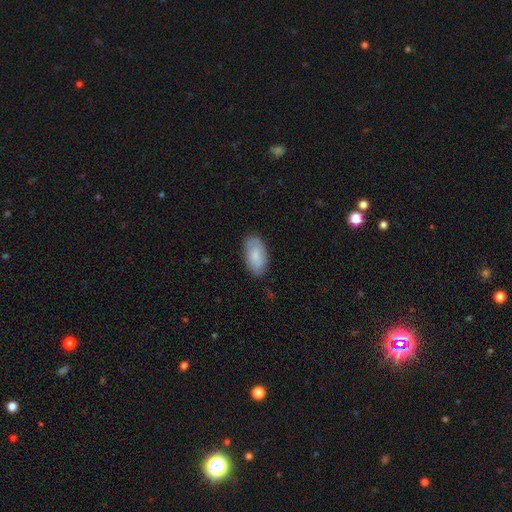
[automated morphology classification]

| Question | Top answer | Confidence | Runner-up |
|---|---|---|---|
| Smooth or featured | smooth | 83% | featured or disk (11%) |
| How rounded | in between | 93% | cigar-shaped (5%) |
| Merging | none | 82% | minor disturbance (15%) |